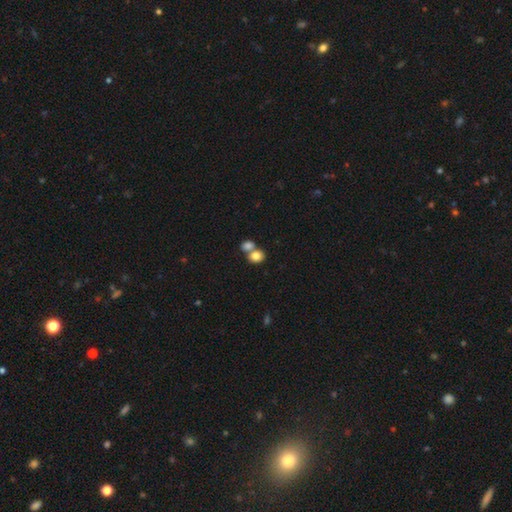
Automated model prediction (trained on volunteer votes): This appears to be a smooth galaxy with no disk features (82%) that is round (56%). Merging: merger (53%).